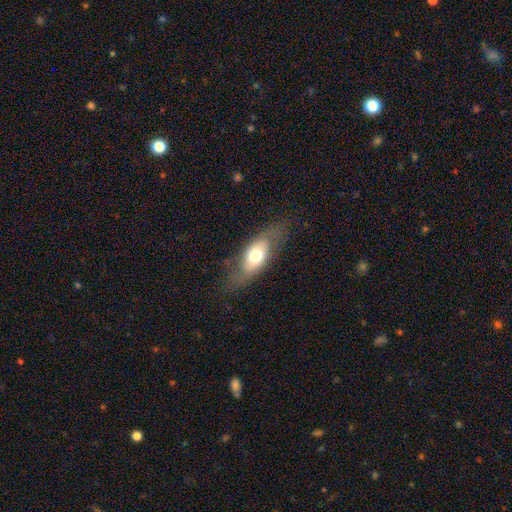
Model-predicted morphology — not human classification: The model was most divided on "smooth or featured": smooth: 58%, featured or disk: 36%, star or artifact: 7%. More confident: how rounded — in between (77%); merging — none (71%).